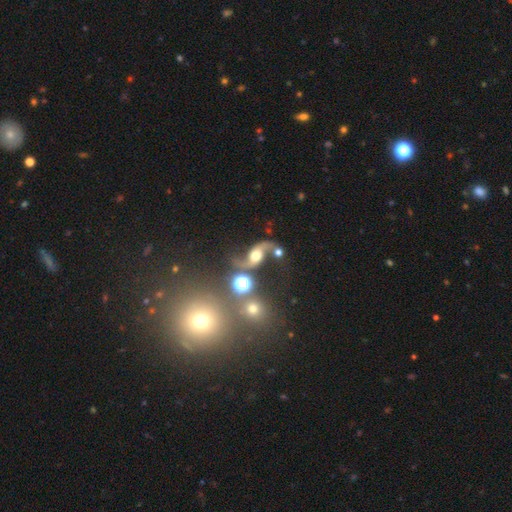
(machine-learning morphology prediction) This is clearly a featured or disk galaxy (82%). It is clearly not viewed edge-on (96%). Bar: likely no (64%). Spiral arm pattern: clearly yes (95%). Spiral arm count: clearly 2 (94%). Spiral winding: clearly loose (89%). Central bulge: possibly moderate (51%). Merging: likely none (62%).